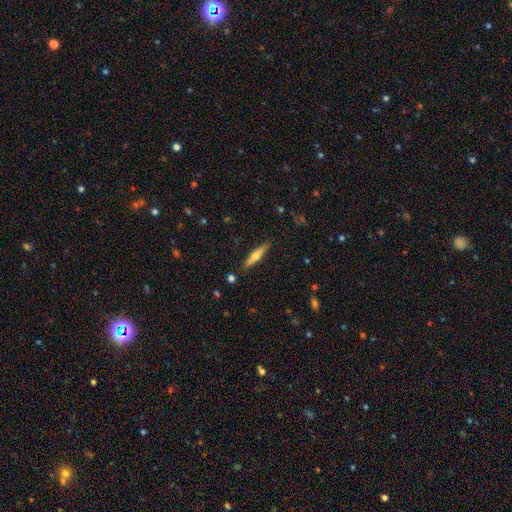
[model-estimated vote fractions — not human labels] Morphology: type=featured or disk (49%); merging=none (89%).